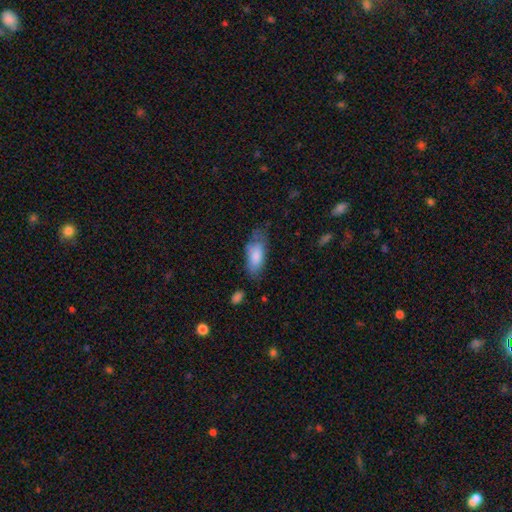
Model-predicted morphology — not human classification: Smooth or featured: smooth — 81% (featured or disk — 13%)
How rounded: in between — 84% (cigar-shaped — 14%)
Merging: none — 49% (minor disturbance — 33%)